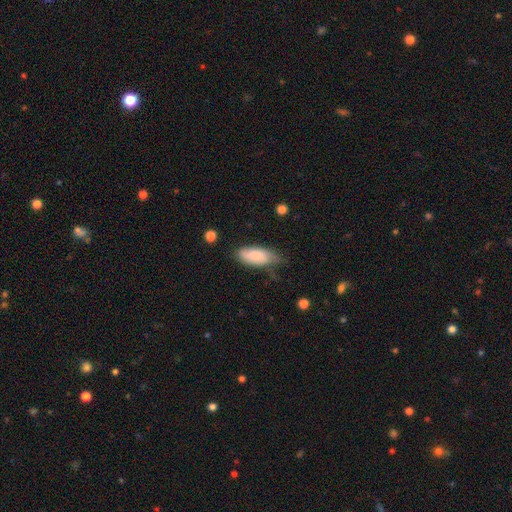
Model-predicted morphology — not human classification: A smooth galaxy with no disk features (78%) that is in between round and cigar-shaped (82%).

Vote fractions:
- Smooth or featured? smooth: 78% / featured or disk: 16% / star or artifact: 6%
- How rounded? in between: 82% / cigar-shaped: 16% / round: 2%
- Merging? none: 53% / minor disturbance: 35% / major disturbance: 9% / merger: 2%